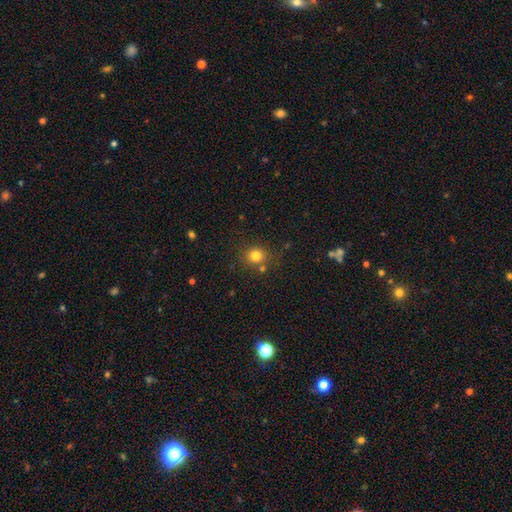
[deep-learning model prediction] Smooth or featured?
  - smooth: 79% *
  - star or artifact: 14%
  - featured or disk: 7%
How rounded?
  - round: 83% *
  - in between: 17%
  - cigar-shaped: 1%
Merging?
  - none: 76% *
  - minor disturbance: 11%
  - merger: 10%
  - major disturbance: 4%